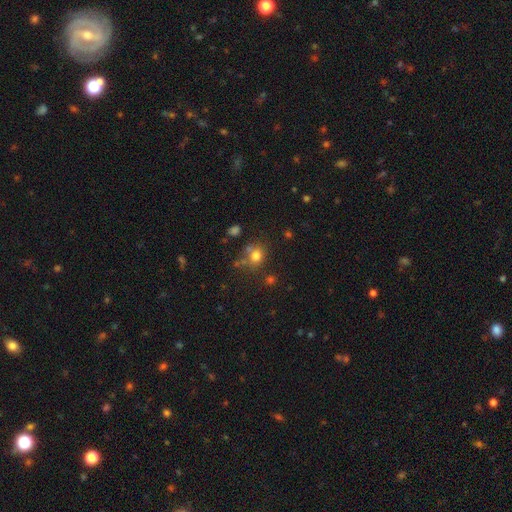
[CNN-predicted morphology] smooth 75%, star or artifact 16%, featured or disk 9%. Down the decision tree: how rounded — round (71%); merging — none (62%).